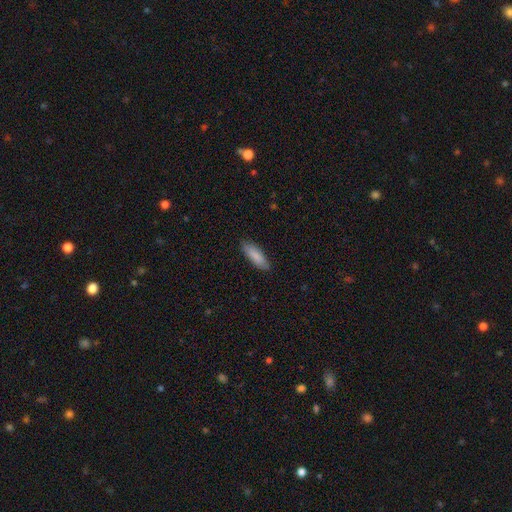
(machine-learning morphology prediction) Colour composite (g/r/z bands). It shows a smooth galaxy with no disk features (86%) that is in between round and cigar-shaped (58%). Merging: none (85%).